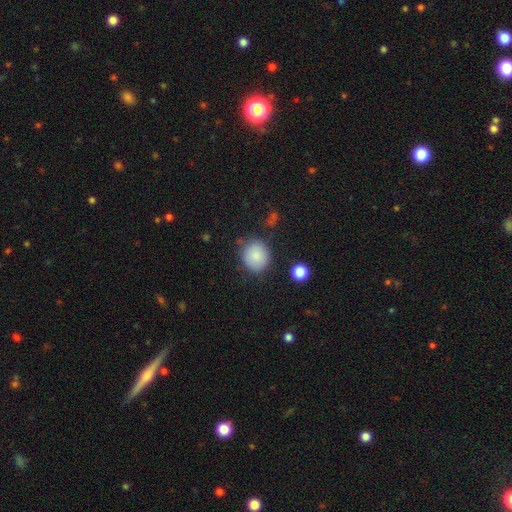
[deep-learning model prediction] Q: Smooth or featured?
A: smooth (85%); runner-up: star or artifact (8%)
Q: How rounded?
A: round (78%); runner-up: in between (21%)
Q: Merging?
A: none (77%); runner-up: minor disturbance (15%)